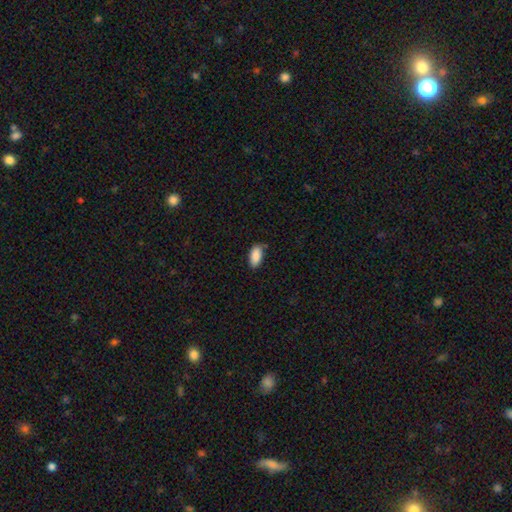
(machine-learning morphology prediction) Smooth or featured? Predicted: smooth (p=0.89). How rounded? Predicted: in between (p=0.93). Merging? Predicted: none (p=0.74).